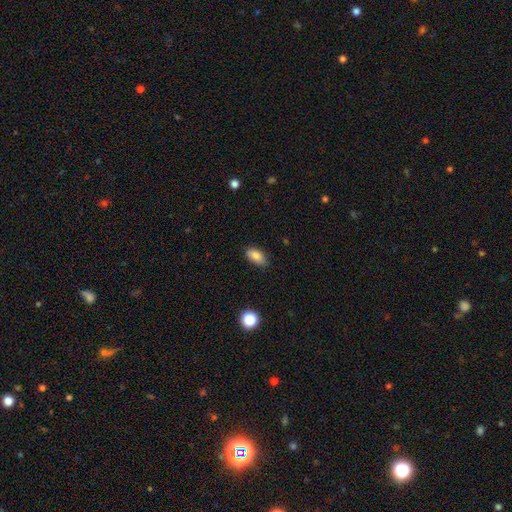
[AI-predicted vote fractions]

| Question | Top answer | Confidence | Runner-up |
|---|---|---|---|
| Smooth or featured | smooth | 84% | star or artifact (9%) |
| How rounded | in between | 90% | cigar-shaped (5%) |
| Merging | none | 79% | minor disturbance (17%) |